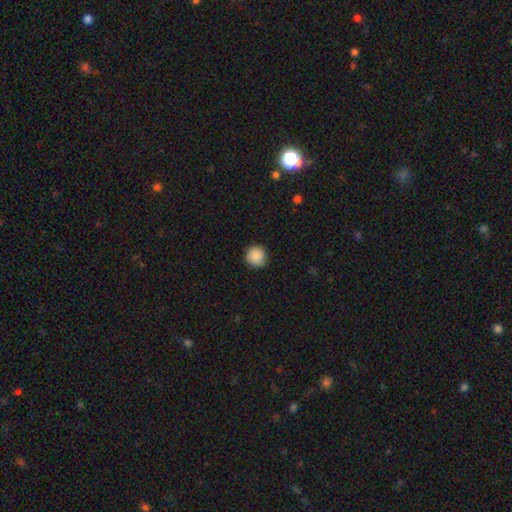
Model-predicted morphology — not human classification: type=smooth (88%); roundness=round (93%); merging=none (84%).